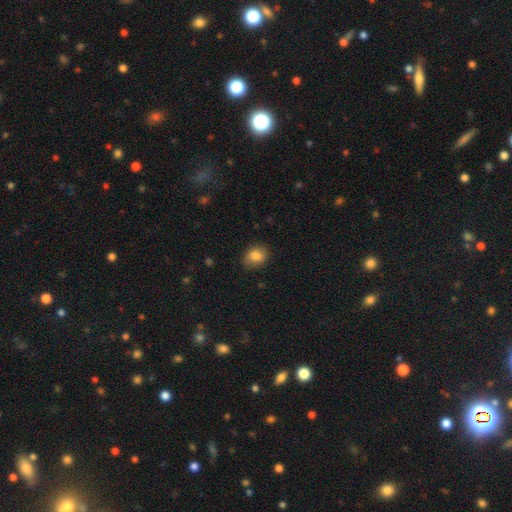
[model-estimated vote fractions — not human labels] Smooth or featured? smooth (84%)
How rounded? round (50%)
Merging? none (82%)